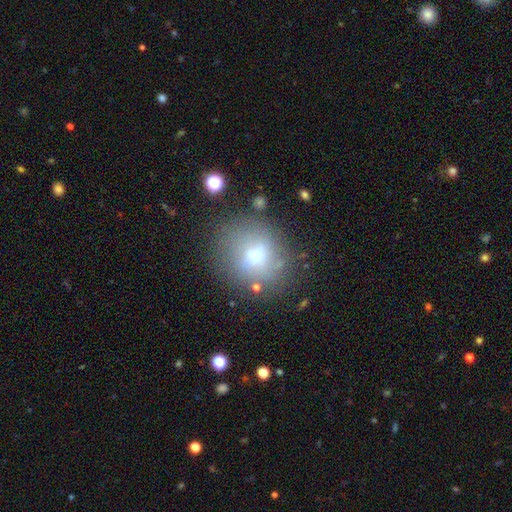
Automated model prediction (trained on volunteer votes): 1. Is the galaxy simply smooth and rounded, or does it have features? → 59% smooth, 26% featured or disk, 15% star or artifact.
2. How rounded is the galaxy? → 72% round, 27% in between, 1% cigar-shaped.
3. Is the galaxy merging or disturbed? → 60% none, 19% minor disturbance, 13% major disturbance, 9% merger.